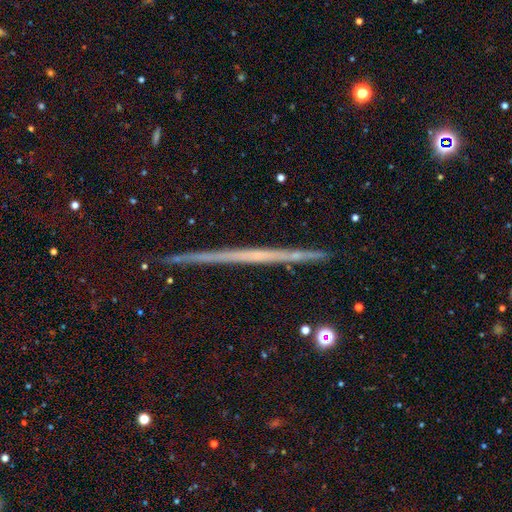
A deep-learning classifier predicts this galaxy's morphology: Smooth or featured?
  - featured or disk: 57% *
  - smooth: 22%
  - star or artifact: 21%
Edge-on disk?
  - yes: 96% *
  - no: 4%
Edge-on bulge?
  - none: 80% *
  - rounded: 14%
  - boxy: 6%
Merging?
  - none: 92% *
  - minor disturbance: 5%
  - major disturbance: 1%
  - merger: 1%